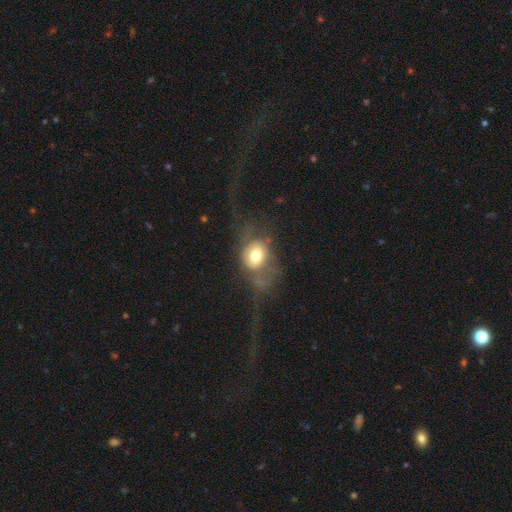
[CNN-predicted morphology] smooth 58%, featured or disk 33%, star or artifact 10%. Down the decision tree: how rounded — round (51%); merging — major disturbance (53%).